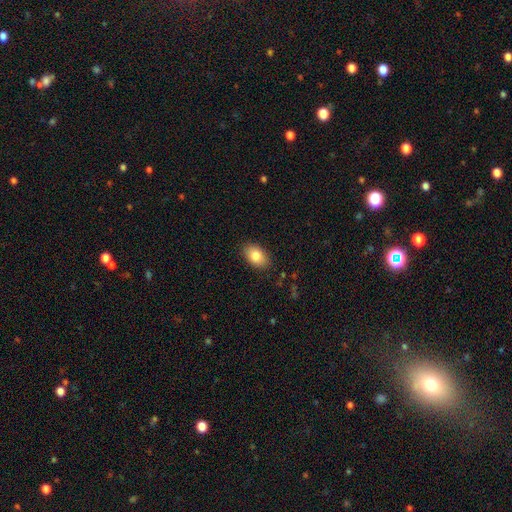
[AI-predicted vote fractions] smooth-or-featured: smooth: 84% | featured or disk: 9% | star or artifact: 7%
  how-rounded: in between: 89% | round: 9% | cigar-shaped: 1%
  merging: none: 87% | minor disturbance: 10% | major disturbance: 2% | merger: 1%